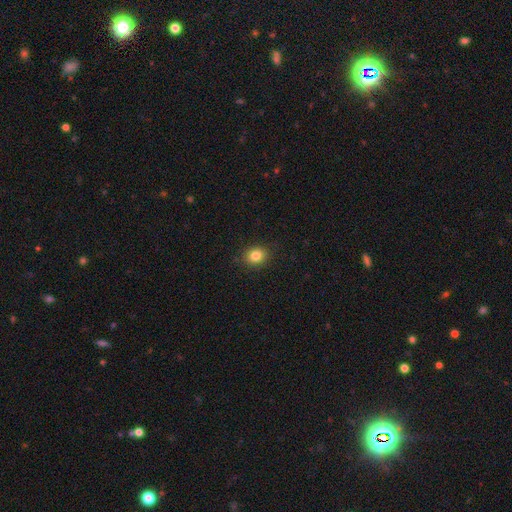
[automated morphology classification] Overall: smooth (83%). How rounded: round (64%; in between 35%). Merging: none (89%).